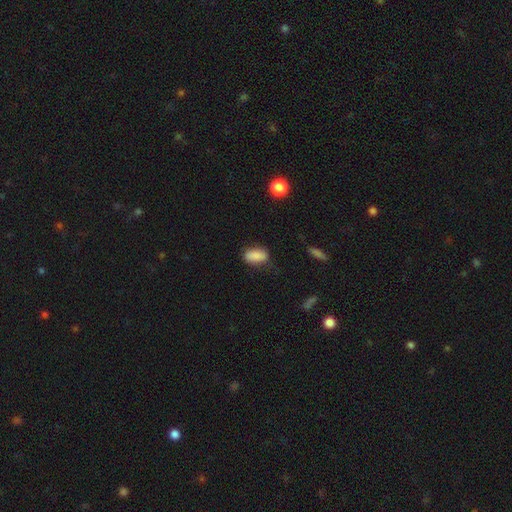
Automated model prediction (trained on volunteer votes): The model was most divided on "merging": none: 71%, minor disturbance: 22%, major disturbance: 5%, merger: 2%. More confident: how rounded — in between (90%); smooth or featured — smooth (86%).